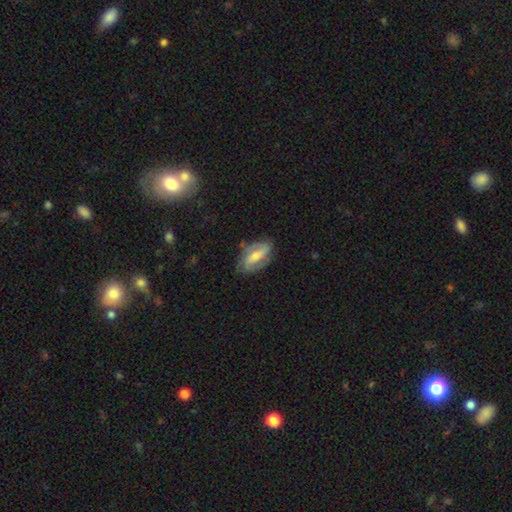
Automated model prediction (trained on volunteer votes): Q: Smooth or featured?
A: featured or disk (61%); runner-up: smooth (32%)
Q: Edge-on disk?
A: no (90%); runner-up: yes (10%)
Q: Bar?
A: strong (42%); runner-up: weak (37%)
Q: Spiral arms?
A: yes (80%); runner-up: no (20%)
Q: Bulge size?
A: moderate (46%); runner-up: small (37%)
Q: Merging?
A: none (70%); runner-up: minor disturbance (21%)